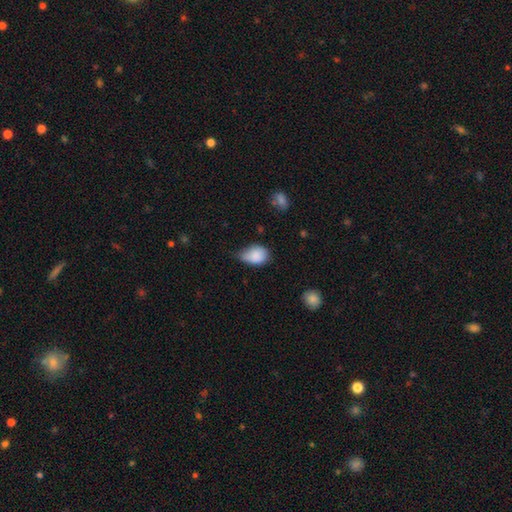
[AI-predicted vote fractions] Smooth or featured? Predicted: smooth (p=0.84). How rounded? Predicted: in between (p=0.69). Merging? Predicted: minor disturbance (p=0.53).